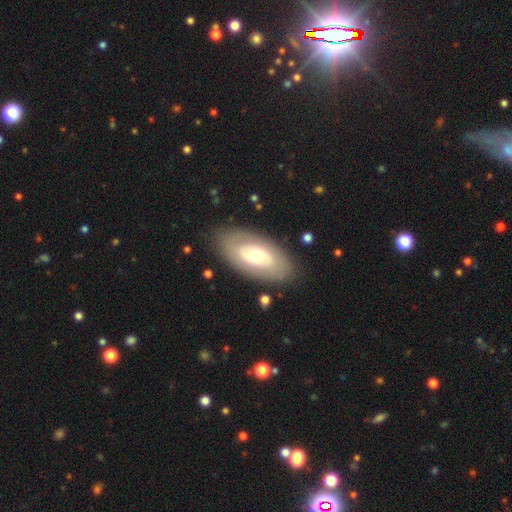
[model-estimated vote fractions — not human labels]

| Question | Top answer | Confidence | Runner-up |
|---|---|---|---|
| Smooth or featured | featured or disk | 52% | smooth (42%) |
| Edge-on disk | no | 90% | yes (10%) |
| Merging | none | 83% | minor disturbance (11%) |